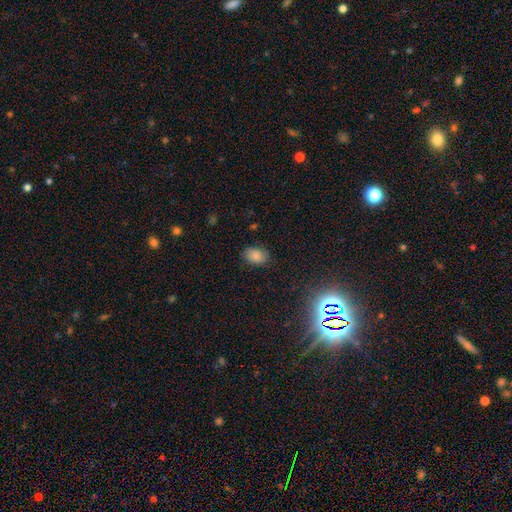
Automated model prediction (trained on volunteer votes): This is clearly a smooth galaxy (84%). How rounded: clearly in between (82%). Merging: clearly none (82%).